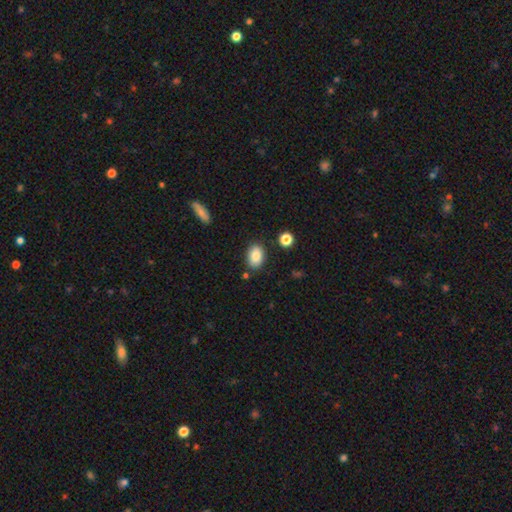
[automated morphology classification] Smooth or featured?
  - smooth: 85% *
  - star or artifact: 8%
  - featured or disk: 6%
How rounded?
  - in between: 84% *
  - round: 15%
  - cigar-shaped: 1%
Merging?
  - none: 83% *
  - minor disturbance: 11%
  - merger: 4%
  - major disturbance: 3%